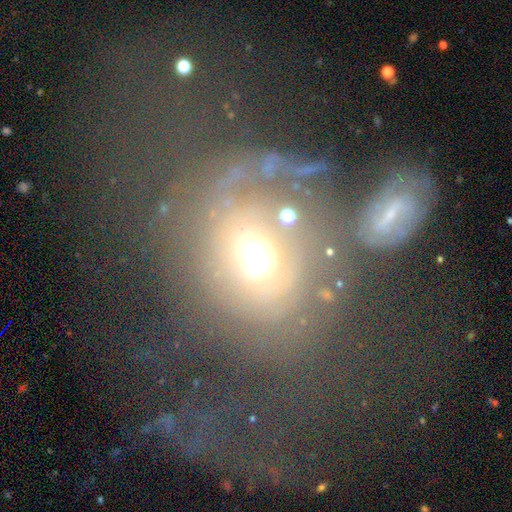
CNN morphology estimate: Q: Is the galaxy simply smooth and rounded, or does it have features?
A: featured or disk — 45%.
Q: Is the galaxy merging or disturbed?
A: none — 44%.